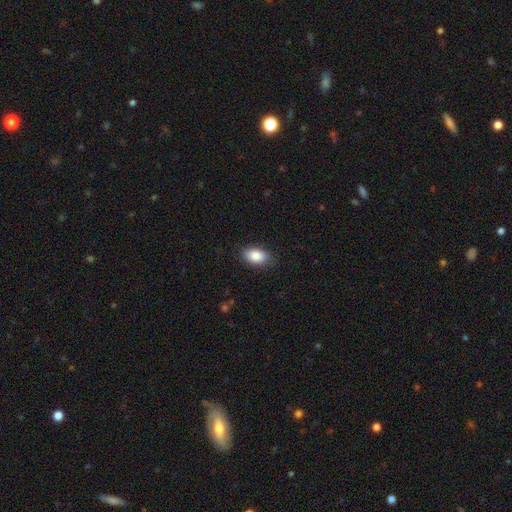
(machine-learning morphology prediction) Overall: smooth (86%). How rounded: in between (91%). Merging: none (84%).